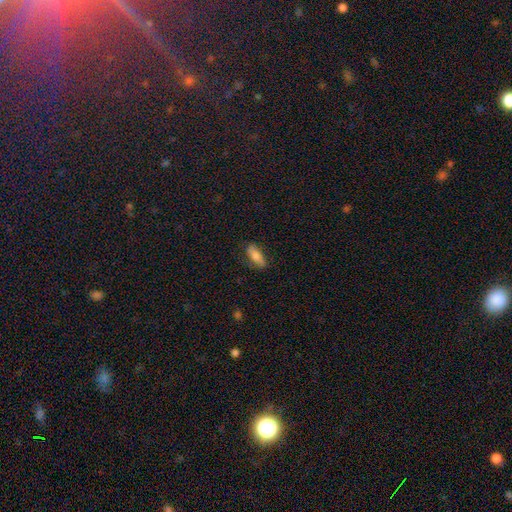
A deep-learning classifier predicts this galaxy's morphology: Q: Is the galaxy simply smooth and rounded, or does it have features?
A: smooth — 76%.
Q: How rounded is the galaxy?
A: in between — 66%.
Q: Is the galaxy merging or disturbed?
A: none — 81%.